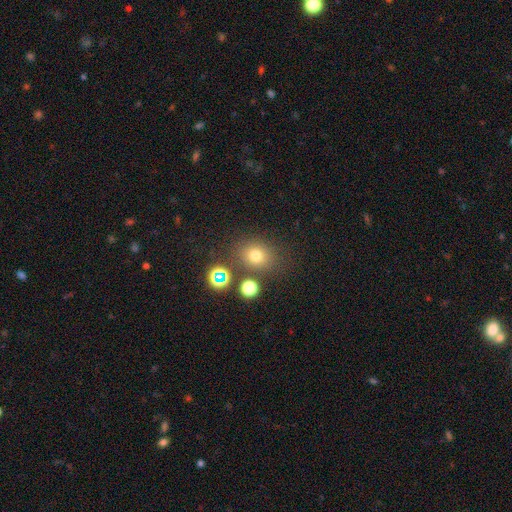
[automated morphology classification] Smooth or featured: smooth — 70% (star or artifact — 21%)
How rounded: round — 72% (in between — 27%)
Merging: none — 77% (minor disturbance — 11%)